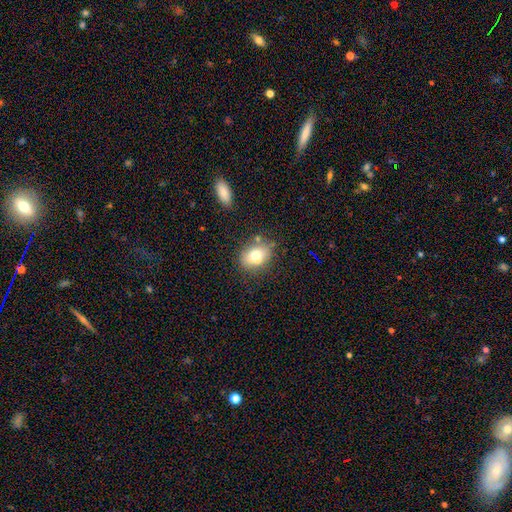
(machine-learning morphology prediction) smooth-or-featured: smooth: 72% | featured or disk: 18% | star or artifact: 10%
  how-rounded: in between: 60% | round: 38% | cigar-shaped: 2%
  merging: none: 70% | minor disturbance: 18% | merger: 8% | major disturbance: 5%